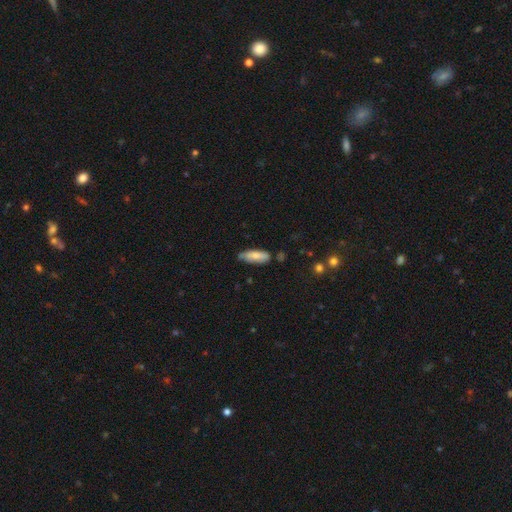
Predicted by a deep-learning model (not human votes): This appears to be a smooth galaxy with no disk features (72%) that is in between round and cigar-shaped (63%). Merging: none (60%).